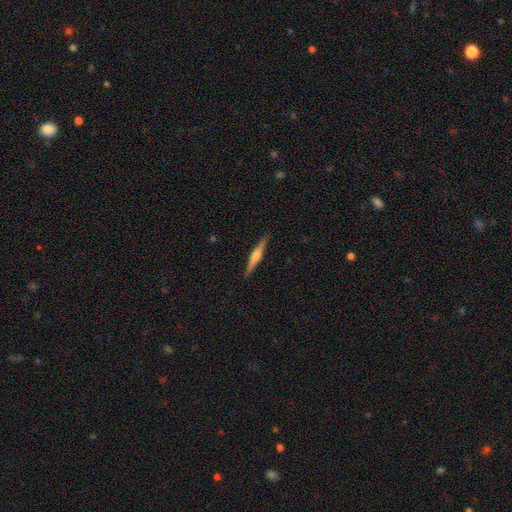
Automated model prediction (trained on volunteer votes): Morphology: type=featured or disk (64%); edge-on=yes (98%); edge-on bulge=rounded (79%); merging=none (91%).